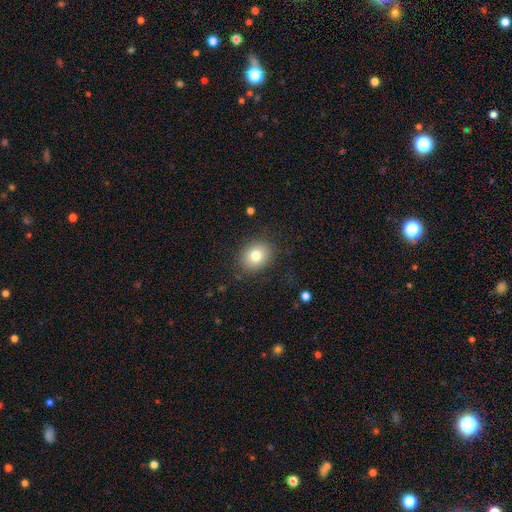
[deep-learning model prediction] Morphology: type=smooth (80%); roundness=round (56%); merging=none (85%).